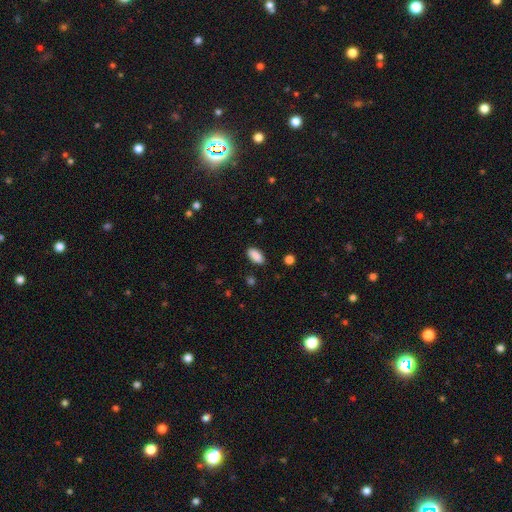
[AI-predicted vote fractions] Smooth or featured: smooth — 89% (star or artifact — 7%)
How rounded: in between — 89% (cigar-shaped — 8%)
Merging: none — 87% (minor disturbance — 10%)